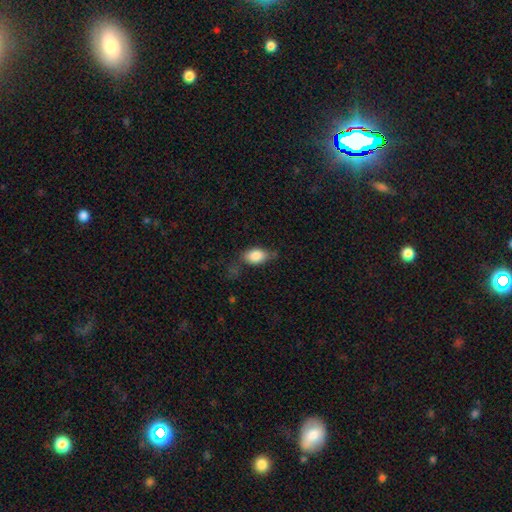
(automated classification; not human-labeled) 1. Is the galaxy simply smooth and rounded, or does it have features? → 84% smooth, 8% featured or disk, 7% star or artifact.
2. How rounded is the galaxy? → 88% in between, 9% round, 3% cigar-shaped.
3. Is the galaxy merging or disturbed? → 59% none, 27% minor disturbance, 11% major disturbance, 3% merger.